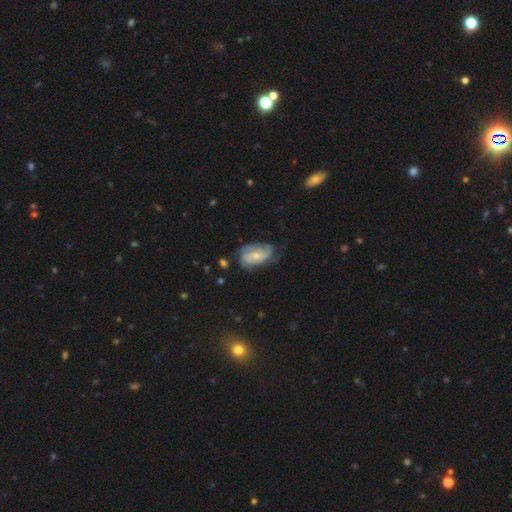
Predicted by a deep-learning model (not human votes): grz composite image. It shows a featured or disk galaxy (65%) with no bar (56%), 2 (36%) medium (41%) spiral arms (87%) and a small central bulge (56%). Merging: none (53%).